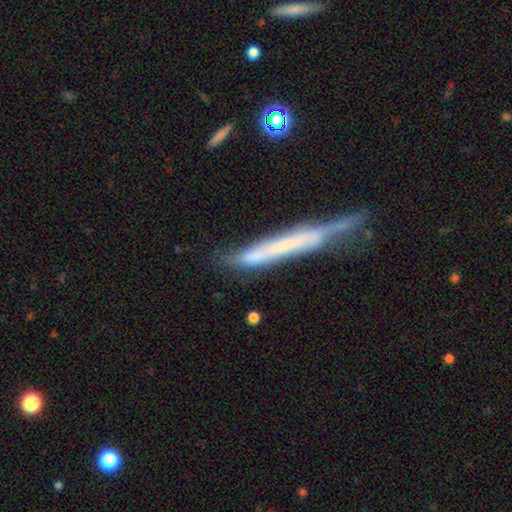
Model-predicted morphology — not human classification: Smooth or featured?
  - smooth: 62% *
  - featured or disk: 29%
  - star or artifact: 9%
How rounded?
  - cigar-shaped: 86% *
  - in between: 11%
  - round: 3%
Merging?
  - none: 75% *
  - minor disturbance: 14%
  - merger: 6%
  - major disturbance: 4%